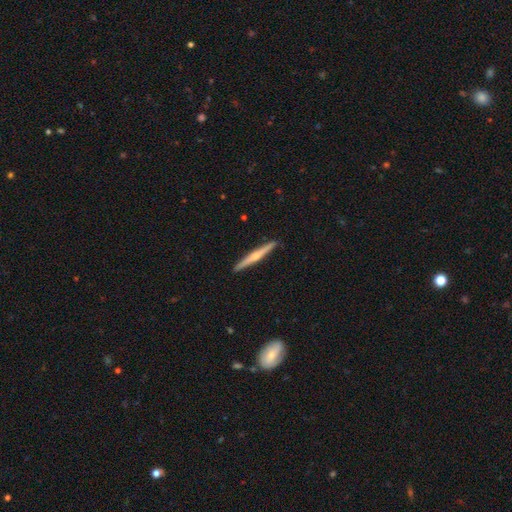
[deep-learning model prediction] Smooth or featured? featured or disk (62%)
Edge-on disk? yes (98%)
Edge-on bulge? rounded (71%)
Merging? none (92%)